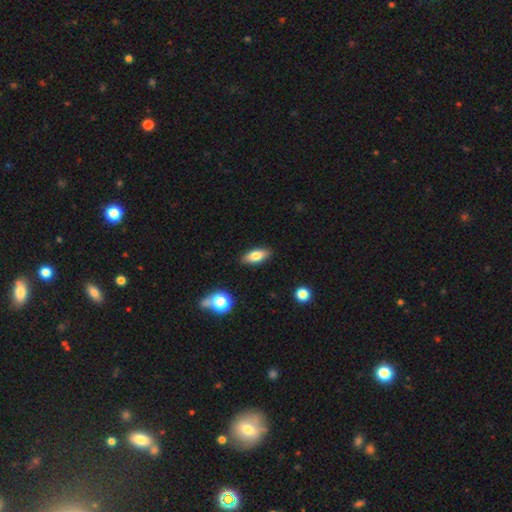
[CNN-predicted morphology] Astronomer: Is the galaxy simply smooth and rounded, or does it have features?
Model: smooth — 71%.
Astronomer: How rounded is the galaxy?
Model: in between — 76%.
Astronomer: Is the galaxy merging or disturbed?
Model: none — 87%.